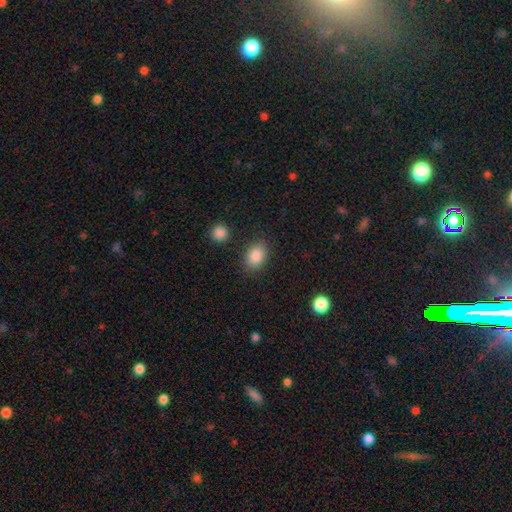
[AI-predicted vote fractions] Morphology: type=smooth (87%); roundness=in between (79%); merging=none (83%).